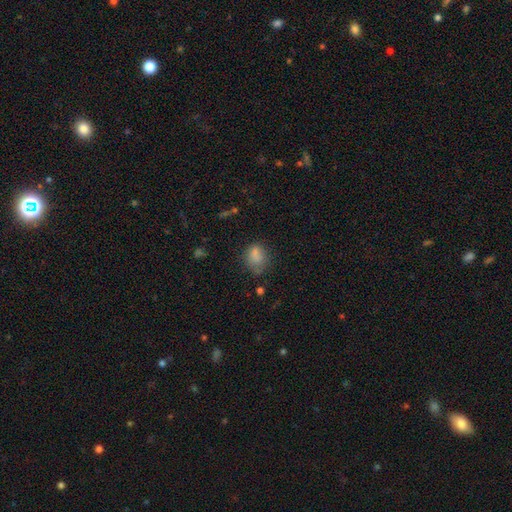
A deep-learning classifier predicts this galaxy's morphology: Smooth or featured?
  - smooth: 78% *
  - star or artifact: 12%
  - featured or disk: 10%
How rounded?
  - in between: 61% *
  - round: 37%
  - cigar-shaped: 2%
Merging?
  - none: 53% *
  - minor disturbance: 27%
  - major disturbance: 13%
  - merger: 7%